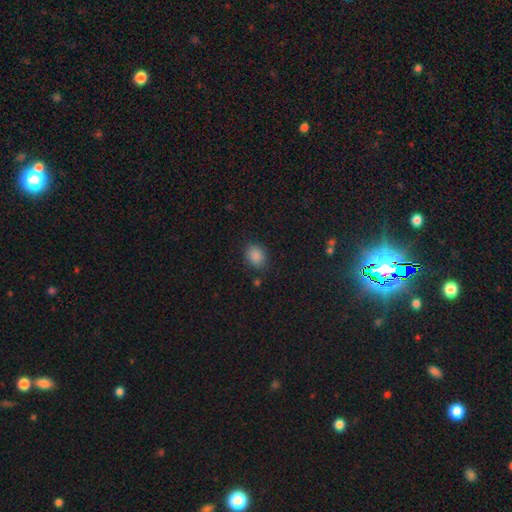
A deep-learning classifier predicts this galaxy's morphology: type=smooth (86%); roundness=in between (51%); merging=none (83%).